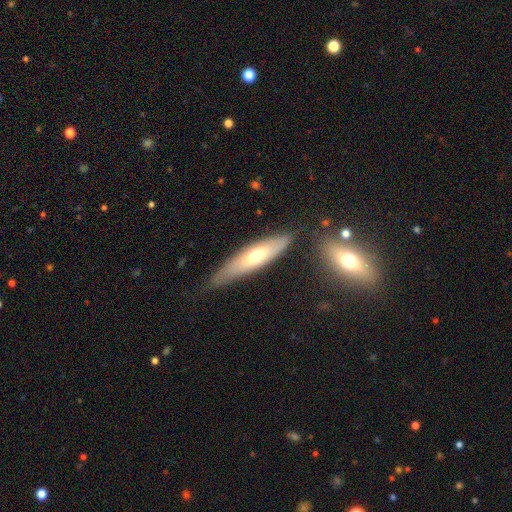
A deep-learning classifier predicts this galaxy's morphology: Smooth or featured: smooth — 52% (featured or disk — 42%)
How rounded: cigar-shaped — 69% (in between — 30%)
Merging: none — 72% (minor disturbance — 19%)